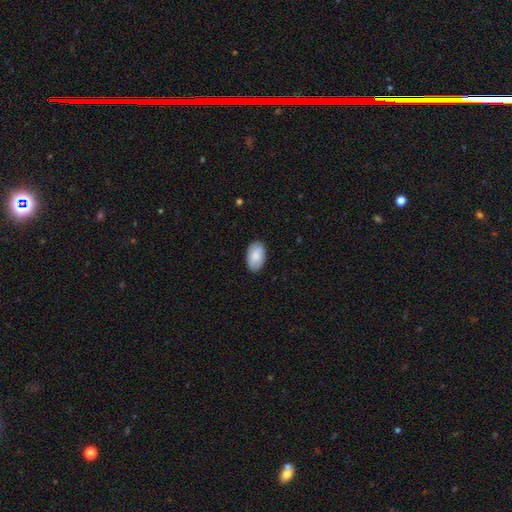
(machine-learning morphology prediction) smooth 84%, featured or disk 10%, star or artifact 6%. Down the decision tree: how rounded — in between (94%); merging — none (86%).